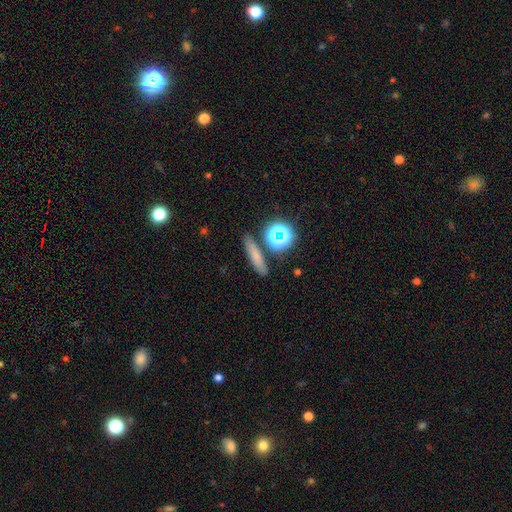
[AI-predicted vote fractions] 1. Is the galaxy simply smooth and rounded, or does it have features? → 65% smooth, 18% star or artifact, 17% featured or disk.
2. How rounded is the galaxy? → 70% cigar-shaped, 15% in between, 14% round.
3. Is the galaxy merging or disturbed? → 82% none, 9% minor disturbance, 6% merger, 3% major disturbance.